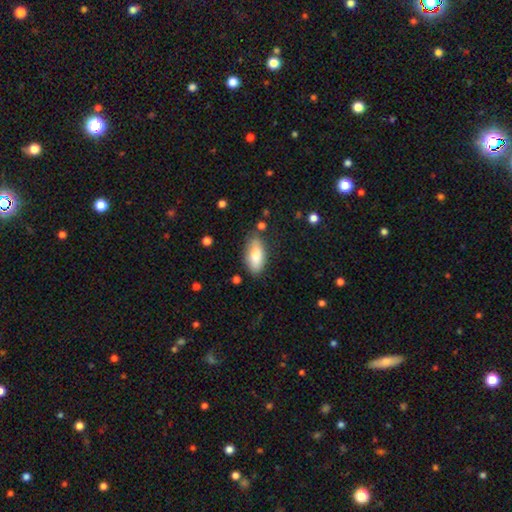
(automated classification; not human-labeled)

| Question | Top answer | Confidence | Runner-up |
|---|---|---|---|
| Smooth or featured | smooth | 81% | featured or disk (13%) |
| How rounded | in between | 87% | cigar-shaped (11%) |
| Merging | none | 77% | minor disturbance (17%) |